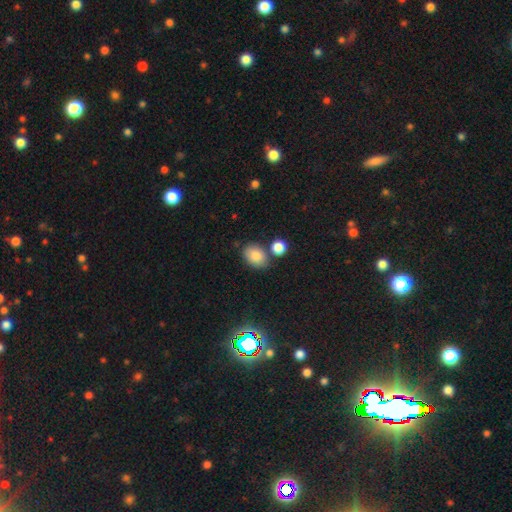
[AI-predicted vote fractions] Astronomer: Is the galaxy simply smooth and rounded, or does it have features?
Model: smooth — 85%.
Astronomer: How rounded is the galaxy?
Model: in between — 76%.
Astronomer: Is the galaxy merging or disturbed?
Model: none — 69%.